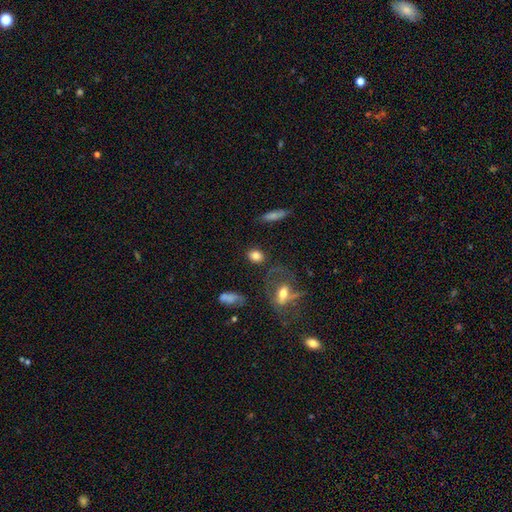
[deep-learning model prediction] A smooth galaxy with no disk features (81%) that is in between round and cigar-shaped (55%).

Vote fractions:
- Smooth or featured? smooth: 81% / star or artifact: 10% / featured or disk: 9%
- How rounded? in between: 55% / round: 42% / cigar-shaped: 3%
- Merging? none: 75% / minor disturbance: 14% / major disturbance: 7% / merger: 4%